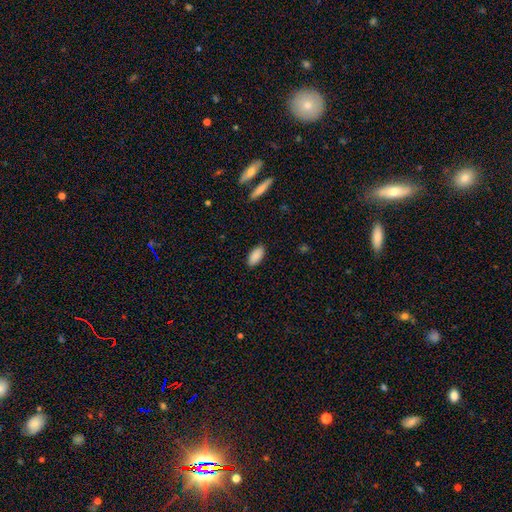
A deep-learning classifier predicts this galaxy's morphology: smooth-or-featured: smooth: 88% | star or artifact: 6% | featured or disk: 5%
  how-rounded: in between: 92% | cigar-shaped: 6% | round: 2%
  merging: none: 88% | minor disturbance: 9% | major disturbance: 2% | merger: 1%